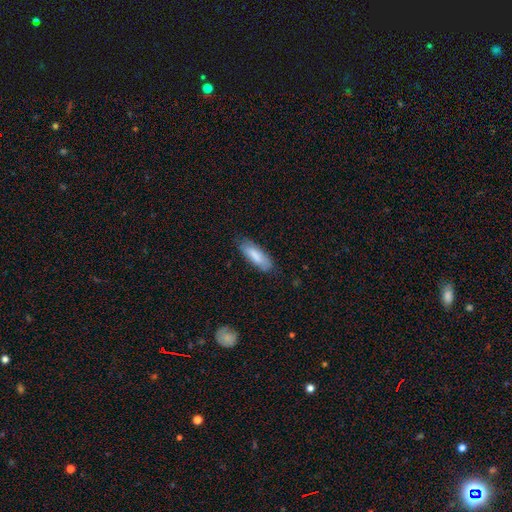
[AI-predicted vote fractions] A smooth galaxy with no disk features (82%) that is in between round and cigar-shaped (59%).

Vote fractions:
- Smooth or featured? smooth: 82% / featured or disk: 12% / star or artifact: 5%
- How rounded? in between: 59% / cigar-shaped: 40% / round: 1%
- Merging? none: 77% / minor disturbance: 18% / major disturbance: 3% / merger: 1%